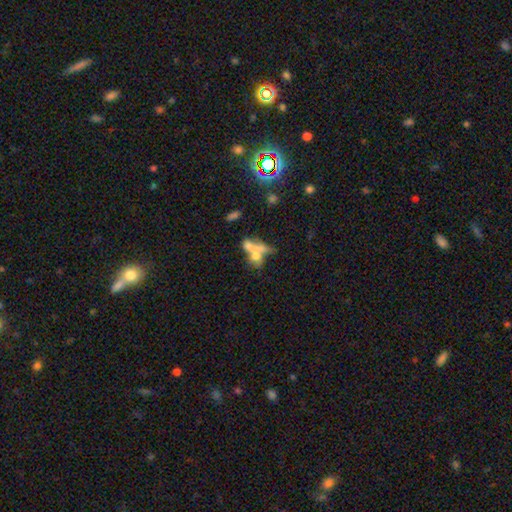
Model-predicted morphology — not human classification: Smooth or featured: smooth — 49% (featured or disk — 31%)
Merging: merger — 50% (none — 30%)